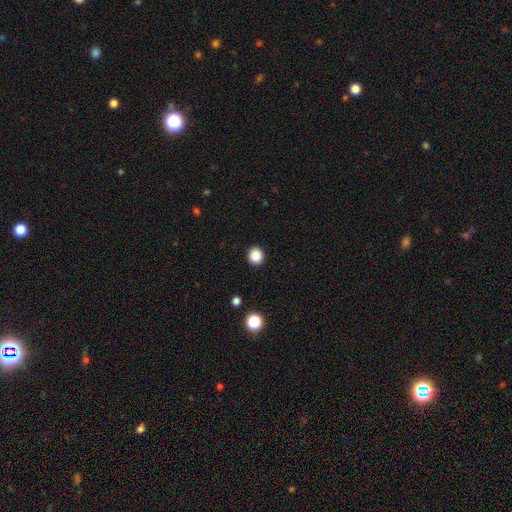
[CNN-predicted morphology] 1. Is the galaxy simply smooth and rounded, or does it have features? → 87% smooth, 10% star or artifact, 3% featured or disk.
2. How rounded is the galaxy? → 86% round, 13% in between, 1% cigar-shaped.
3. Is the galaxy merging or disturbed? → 92% none, 5% minor disturbance, 2% major disturbance, 1% merger.